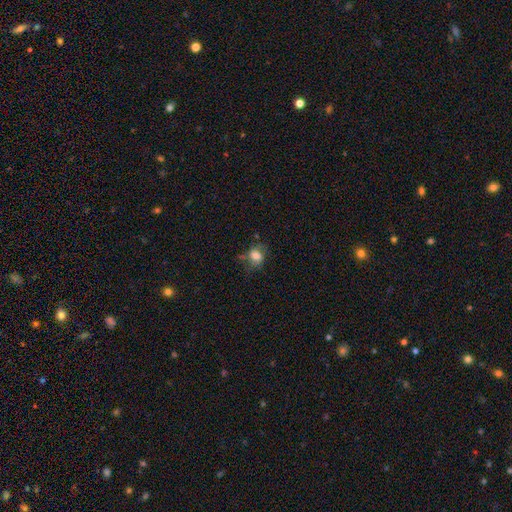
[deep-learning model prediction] Smooth or featured: smooth — 71% (featured or disk — 18%)
How rounded: in between — 55% (round — 43%)
Merging: none — 48% (minor disturbance — 28%)